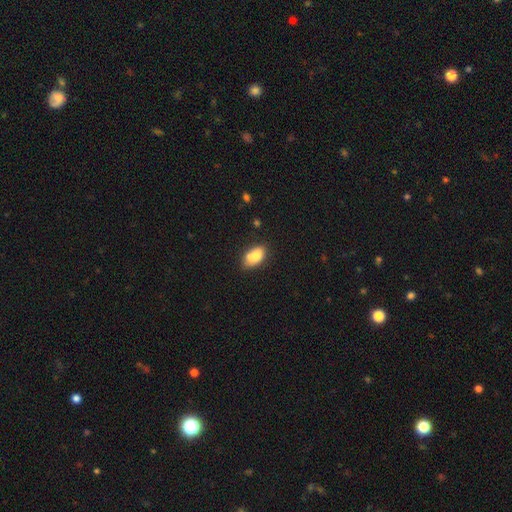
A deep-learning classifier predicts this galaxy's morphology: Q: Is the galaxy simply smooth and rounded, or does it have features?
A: smooth — 72%.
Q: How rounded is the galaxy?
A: in between — 86%.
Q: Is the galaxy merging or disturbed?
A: none — 44%.